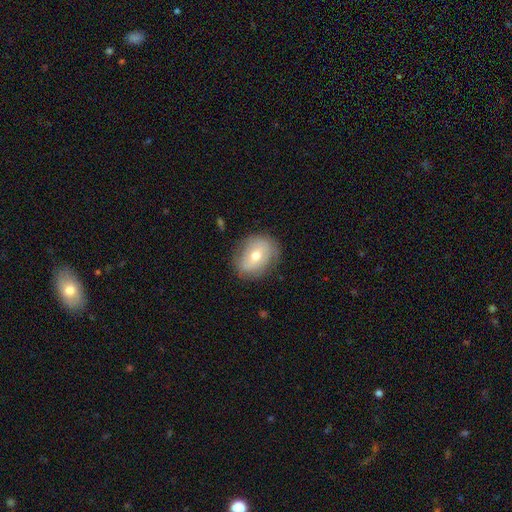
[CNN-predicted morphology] This is possibly a smooth galaxy (52%). How rounded: likely in between (60%). Merging: likely none (75%).